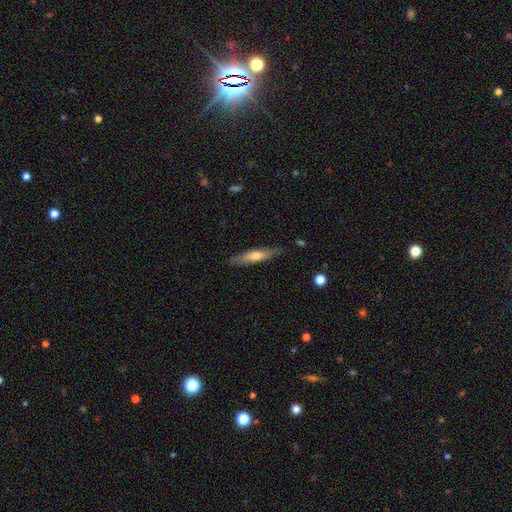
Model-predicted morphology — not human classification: The model was most divided on "smooth or featured": smooth: 54%, featured or disk: 40%, star or artifact: 6%. More confident: merging — none (83%); how rounded — cigar-shaped (79%).